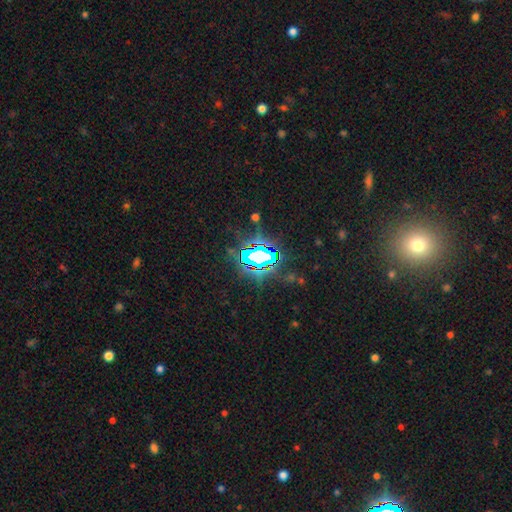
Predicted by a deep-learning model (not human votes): smooth_or_featured: star or artifact (p=0.75) [alt: smooth p=0.13]